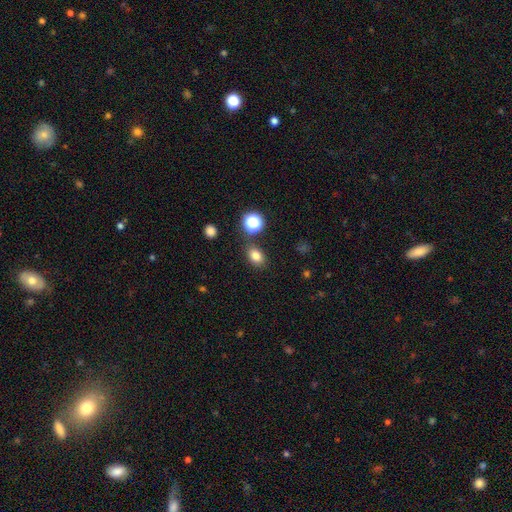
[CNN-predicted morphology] type=smooth (78%); roundness=in between (70%); merging=none (80%).